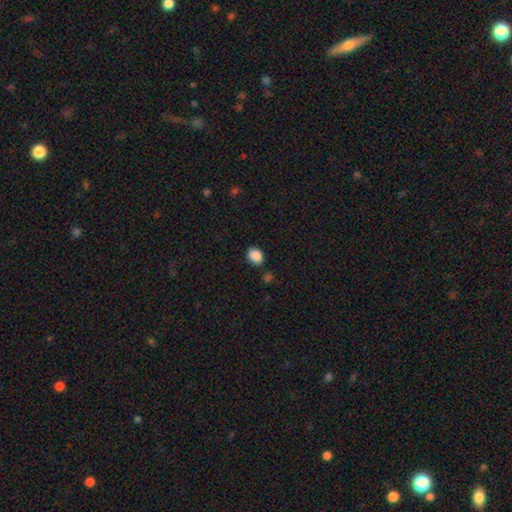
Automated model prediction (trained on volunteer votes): The model was most divided on "how rounded": in between: 60%, round: 39%, cigar-shaped: 1%. More confident: smooth or featured — smooth (88%); merging — none (77%).